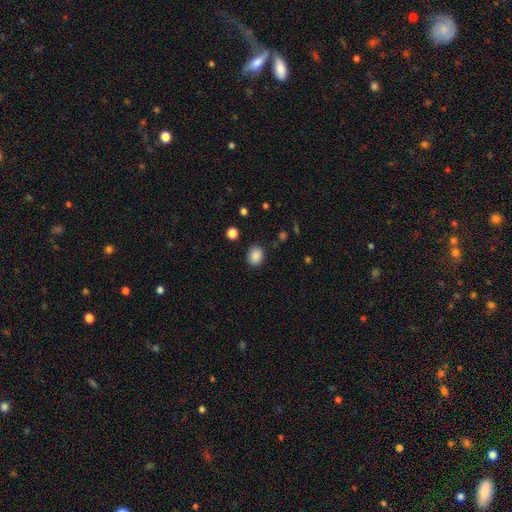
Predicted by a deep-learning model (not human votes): Morphology: type=smooth (87%); roundness=round (54%); merging=none (86%).